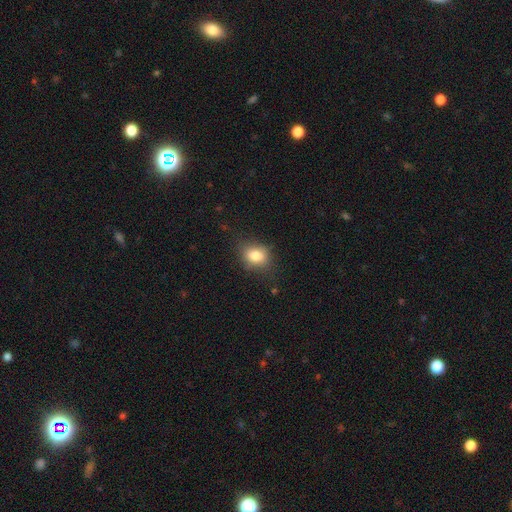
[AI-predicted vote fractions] Smooth or featured: smooth — 81% (star or artifact — 10%)
How rounded: in between — 50% (round — 48%)
Merging: none — 76% (minor disturbance — 18%)